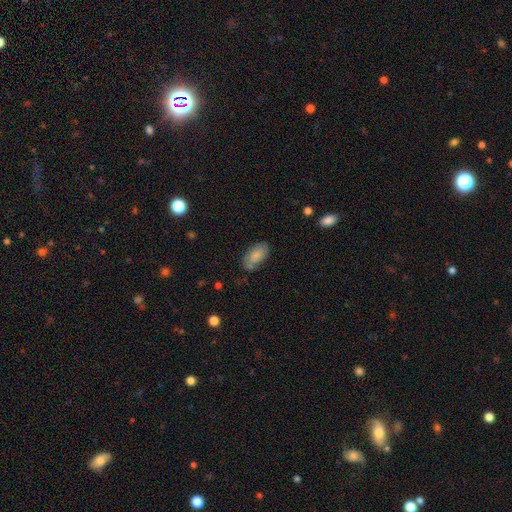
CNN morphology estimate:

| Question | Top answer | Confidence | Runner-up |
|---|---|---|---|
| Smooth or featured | smooth | 82% | featured or disk (11%) |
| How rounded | in between | 93% | cigar-shaped (4%) |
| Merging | none | 71% | minor disturbance (21%) |